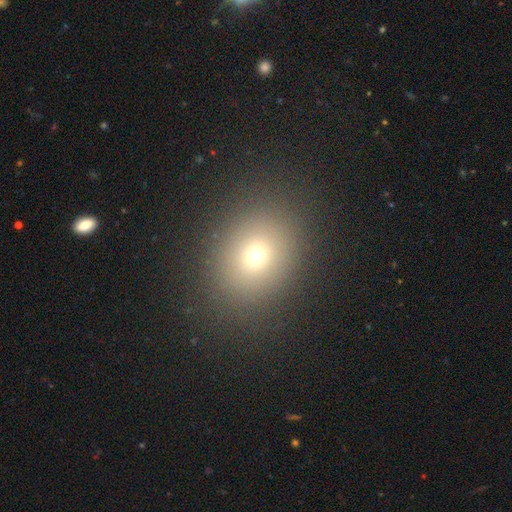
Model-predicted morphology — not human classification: Smooth or featured? smooth (69%)
How rounded? round (62%)
Merging? none (88%)